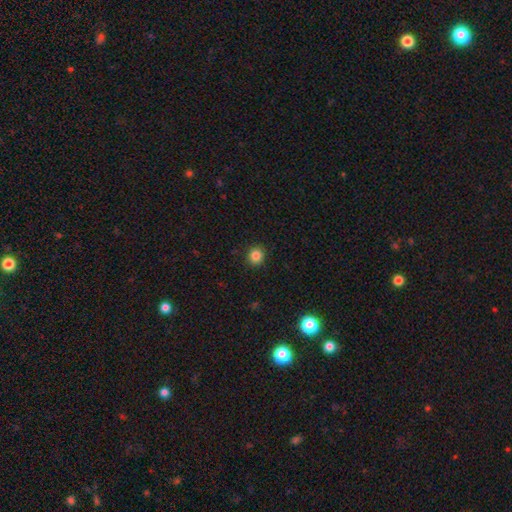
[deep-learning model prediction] Smooth or featured: smooth — 84% (star or artifact — 11%)
How rounded: round — 87% (in between — 12%)
Merging: none — 91% (minor disturbance — 6%)